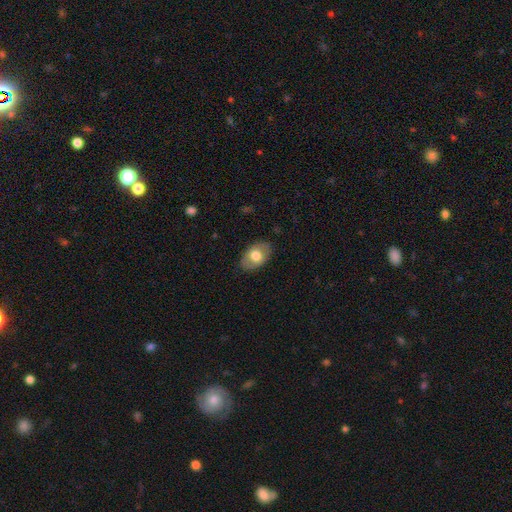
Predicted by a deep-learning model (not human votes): Q: Smooth or featured?
A: smooth (69%); runner-up: featured or disk (24%)
Q: How rounded?
A: in between (88%); runner-up: round (10%)
Q: Merging?
A: none (83%); runner-up: minor disturbance (13%)